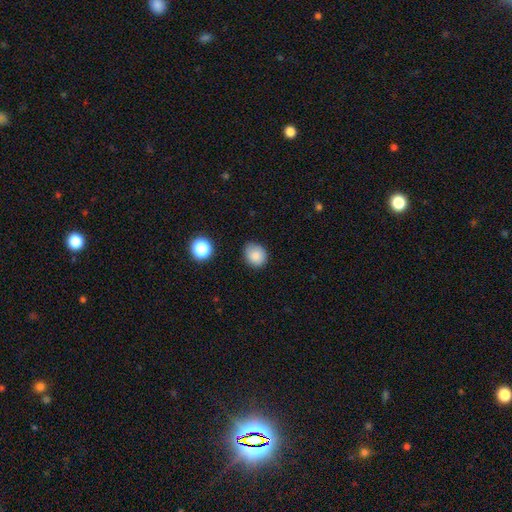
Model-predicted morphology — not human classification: Q: Smooth or featured?
A: smooth (84%); runner-up: star or artifact (10%)
Q: How rounded?
A: round (65%); runner-up: in between (34%)
Q: Merging?
A: none (77%); runner-up: minor disturbance (18%)